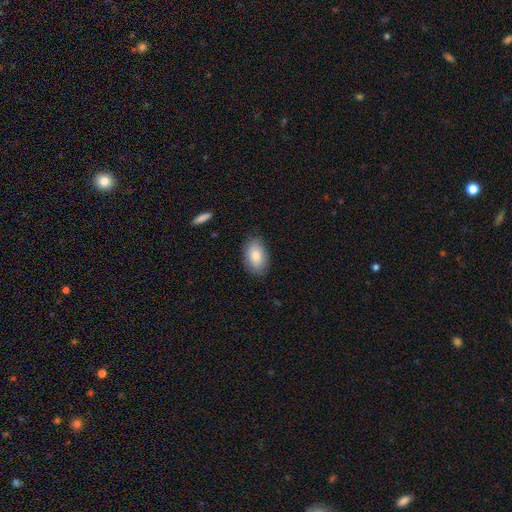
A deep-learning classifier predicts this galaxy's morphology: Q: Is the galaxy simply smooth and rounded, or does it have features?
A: smooth — 84%.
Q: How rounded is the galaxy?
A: in between — 92%.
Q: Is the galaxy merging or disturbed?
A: none — 85%.